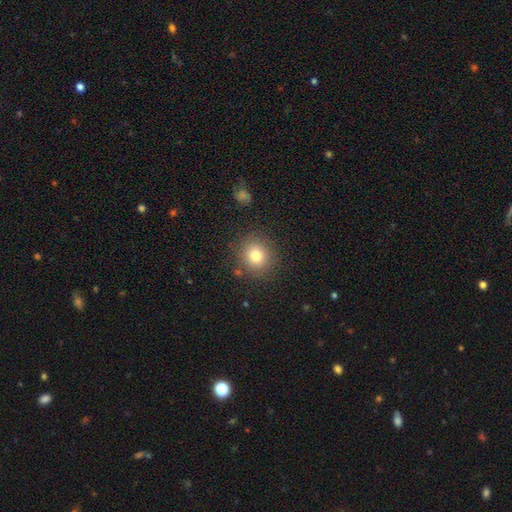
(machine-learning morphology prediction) Smooth or featured? smooth (78%)
How rounded? round (84%)
Merging? none (85%)